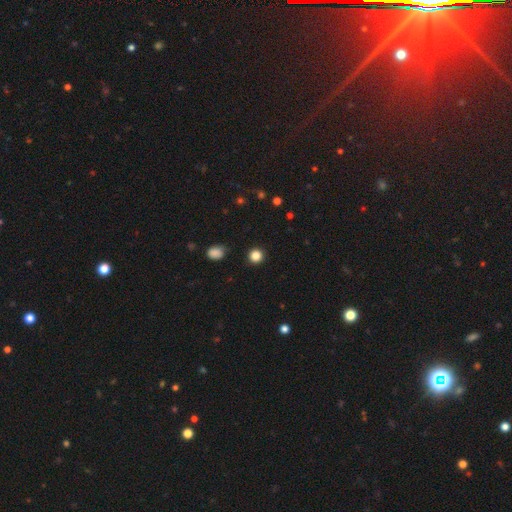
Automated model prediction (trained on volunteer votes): Overall: smooth (84%). How rounded: round (94%). Merging: none (91%).